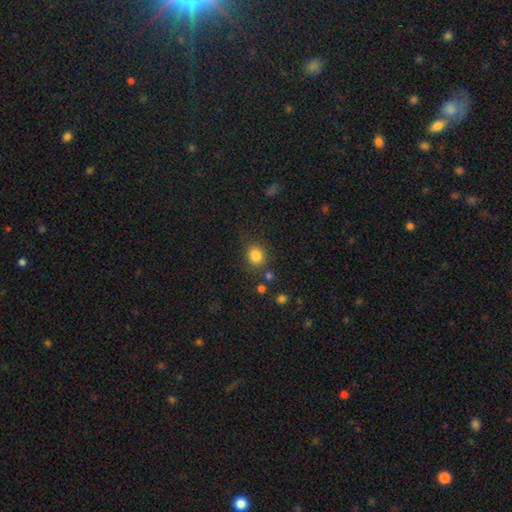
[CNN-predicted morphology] smooth 84%, star or artifact 11%, featured or disk 5%. Down the decision tree: how rounded — round (75%); merging — none (78%).